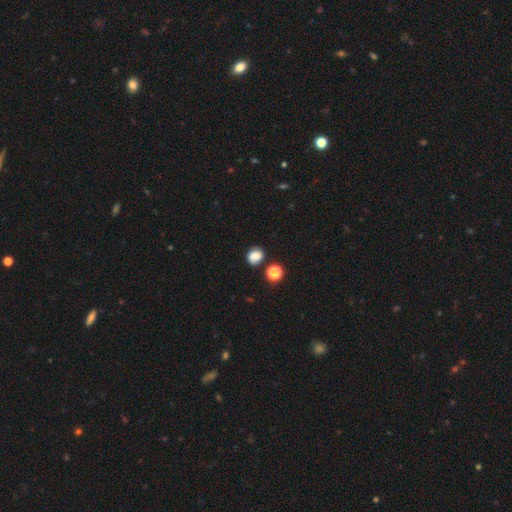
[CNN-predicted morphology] The model was most divided on "how rounded": round: 65%, in between: 34%, cigar-shaped: 1%. More confident: smooth or featured — smooth (71%); merging — none (65%).